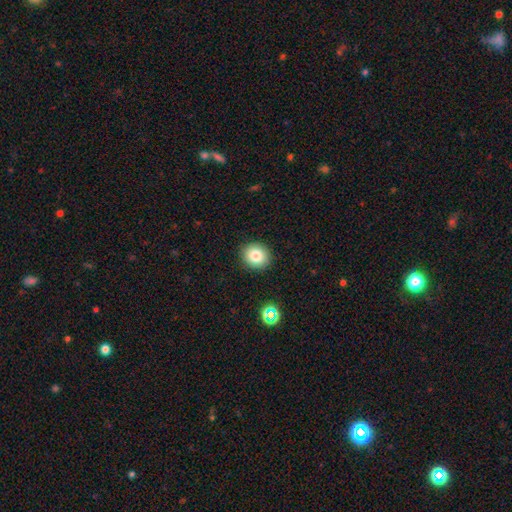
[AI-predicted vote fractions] Q: Smooth or featured?
A: smooth (81%); runner-up: star or artifact (11%)
Q: How rounded?
A: round (78%); runner-up: in between (21%)
Q: Merging?
A: none (90%); runner-up: minor disturbance (7%)